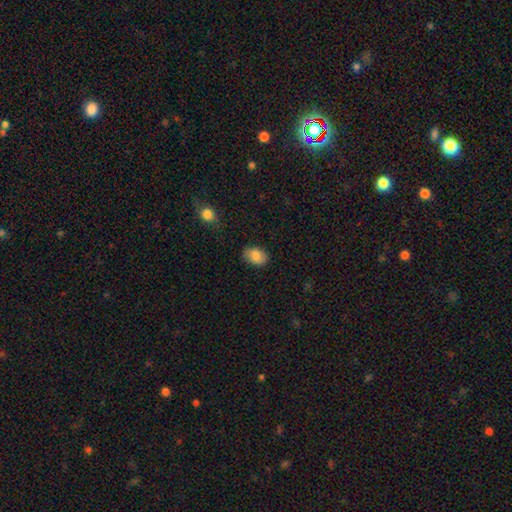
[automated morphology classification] Smooth or featured?
  - smooth: 83% *
  - featured or disk: 9%
  - star or artifact: 8%
How rounded?
  - in between: 83% *
  - round: 16%
  - cigar-shaped: 1%
Merging?
  - none: 80% *
  - minor disturbance: 15%
  - major disturbance: 3%
  - merger: 1%